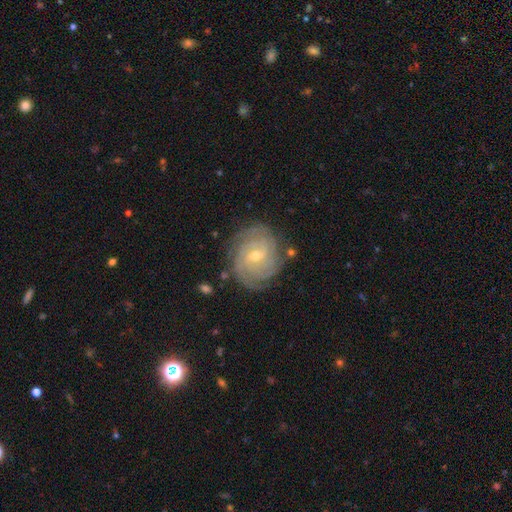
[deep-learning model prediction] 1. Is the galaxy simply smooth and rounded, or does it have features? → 86% featured or disk, 8% smooth, 6% star or artifact.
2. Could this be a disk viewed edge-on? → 97% no, 3% yes.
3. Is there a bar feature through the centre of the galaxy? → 51% weak, 37% no, 12% strong.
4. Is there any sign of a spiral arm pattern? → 97% yes, 3% no.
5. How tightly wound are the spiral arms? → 78% tight, 18% medium, 4% loose.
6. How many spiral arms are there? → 28% can't tell, 26% 4, 20% 3, 12% 2, 9% more than 4, 6% 1.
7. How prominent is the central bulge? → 52% small, 46% moderate, 1% large, 1% none, 1% dominant.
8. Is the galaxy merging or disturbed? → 80% none, 14% minor disturbance, 4% major disturbance, 2% merger.